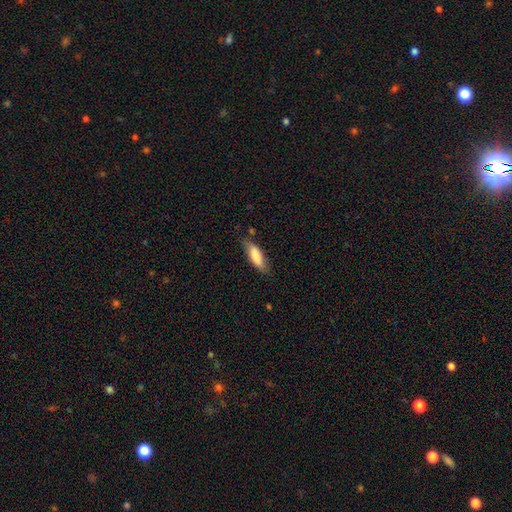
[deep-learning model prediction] smooth_or_featured: smooth (p=0.81) [alt: featured or disk p=0.13]
how_rounded: in between (p=0.55) [alt: cigar-shaped p=0.43]
merging: none (p=0.68) [alt: minor disturbance p=0.25]